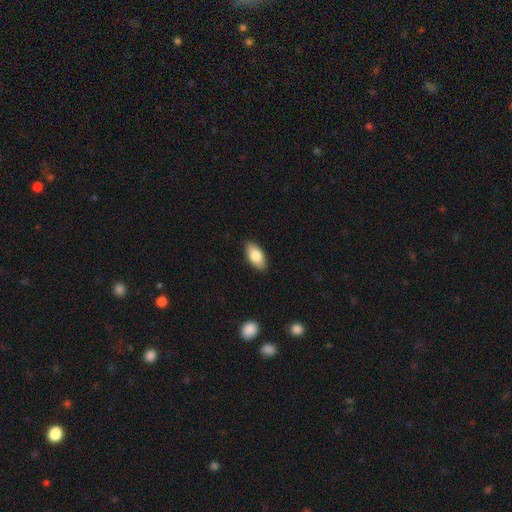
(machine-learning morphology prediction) Q: Smooth or featured?
A: smooth (81%); runner-up: featured or disk (12%)
Q: How rounded?
A: in between (92%); runner-up: cigar-shaped (5%)
Q: Merging?
A: none (88%); runner-up: minor disturbance (9%)